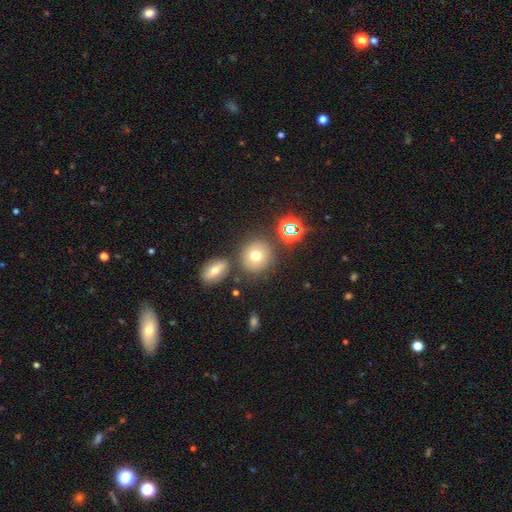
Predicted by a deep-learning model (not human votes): Smooth or featured?
  - smooth: 70% *
  - star or artifact: 16%
  - featured or disk: 14%
How rounded?
  - round: 89% *
  - in between: 10%
  - cigar-shaped: 1%
Merging?
  - none: 77% *
  - merger: 10%
  - minor disturbance: 9%
  - major disturbance: 4%